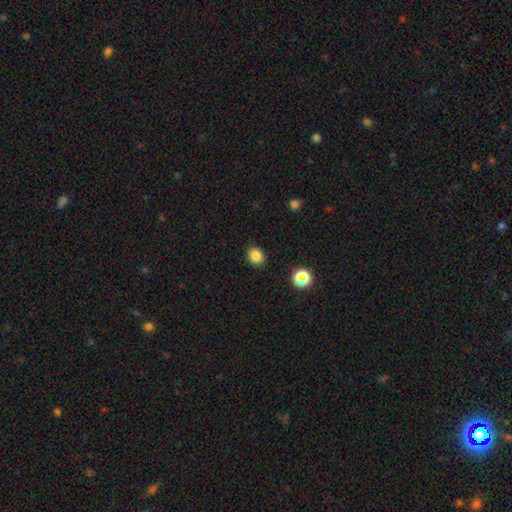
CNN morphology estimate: Smooth or featured? Predicted: smooth (p=0.84). How rounded? Predicted: round (p=0.58). Merging? Predicted: none (p=0.88).